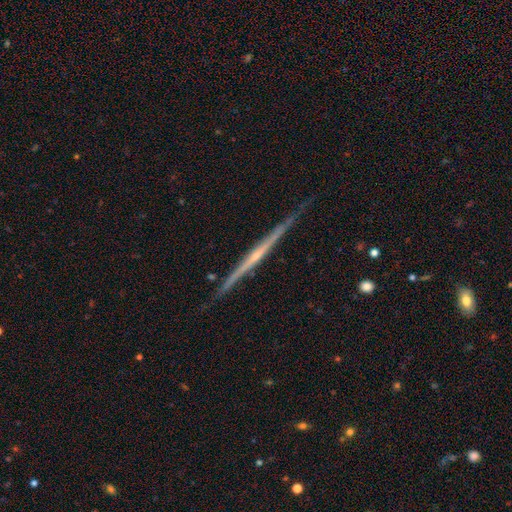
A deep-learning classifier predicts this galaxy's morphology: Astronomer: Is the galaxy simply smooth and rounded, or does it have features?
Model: featured or disk — 81%.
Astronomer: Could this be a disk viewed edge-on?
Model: yes — 98%.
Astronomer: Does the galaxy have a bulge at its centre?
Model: rounded — 52% (runner-up: none, 41%).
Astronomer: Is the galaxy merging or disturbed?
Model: none — 89%.